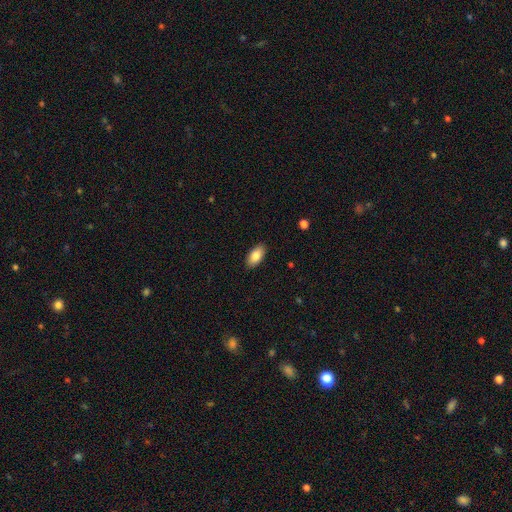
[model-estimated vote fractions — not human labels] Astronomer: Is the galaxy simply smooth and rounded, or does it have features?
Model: smooth — 85%.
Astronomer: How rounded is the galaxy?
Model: in between — 93%.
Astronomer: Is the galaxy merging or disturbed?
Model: none — 89%.